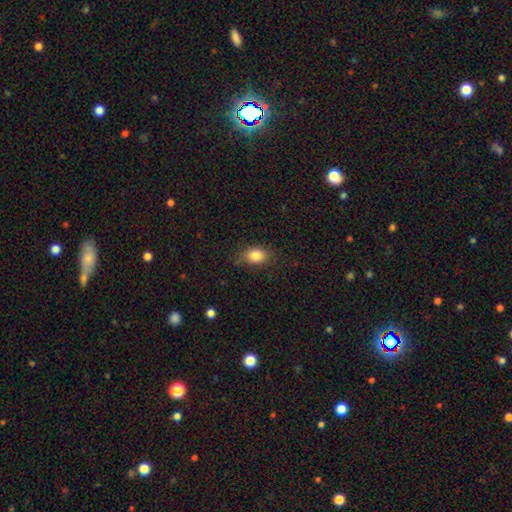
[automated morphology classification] smooth_or_featured: smooth (p=0.83) [alt: star or artifact p=0.09]
how_rounded: in between (p=0.70) [alt: round p=0.28]
merging: none (p=0.73) [alt: minor disturbance p=0.20]